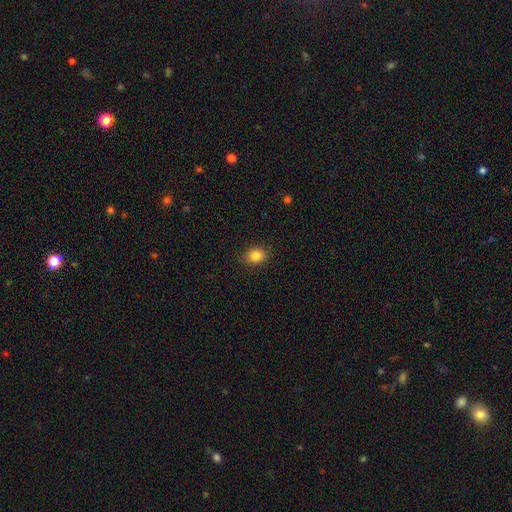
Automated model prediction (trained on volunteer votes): Overall: smooth (84%). How rounded: round (52%; in between 47%). Merging: none (89%).